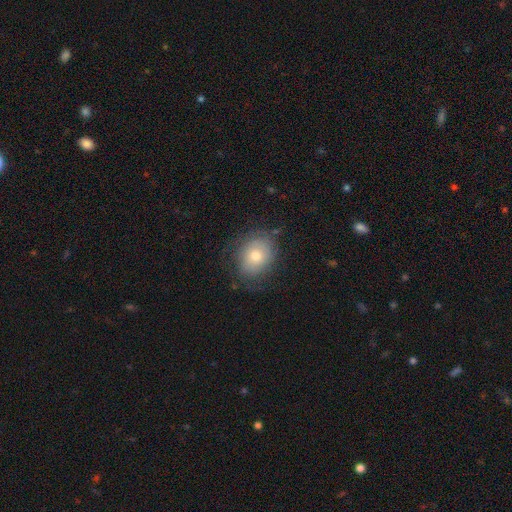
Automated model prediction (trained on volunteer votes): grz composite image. It shows a smooth galaxy with no disk features (69%) that is round (53%). Merging: none (71%).